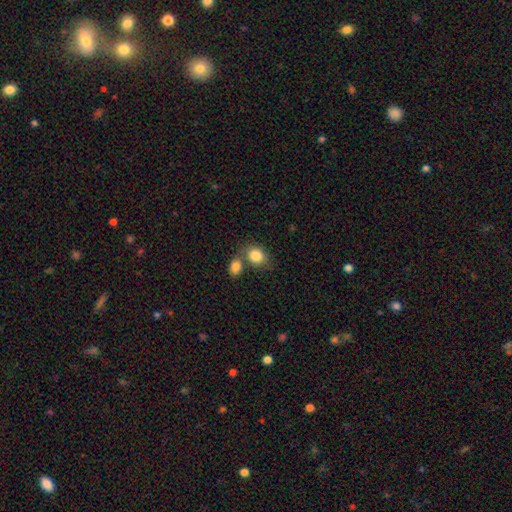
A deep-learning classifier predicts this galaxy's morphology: Smooth or featured: smooth — 85% (star or artifact — 8%)
How rounded: round — 52% (in between — 46%)
Merging: none — 42% (tied with merger — 42%)